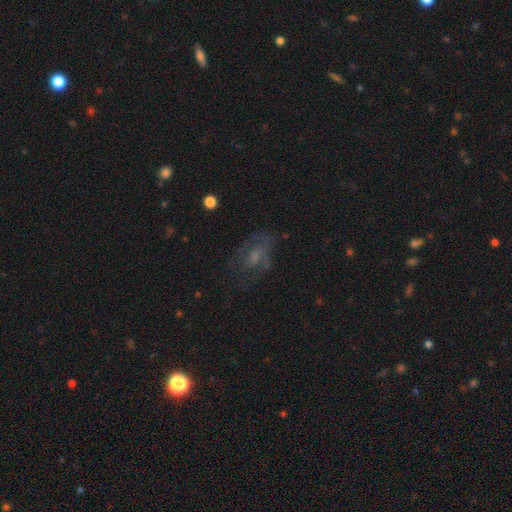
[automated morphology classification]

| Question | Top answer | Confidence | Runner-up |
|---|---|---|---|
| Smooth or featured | featured or disk | 51% | smooth (31%) |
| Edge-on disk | no | 95% | yes (5%) |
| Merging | none | 51% | major disturbance (25%) |